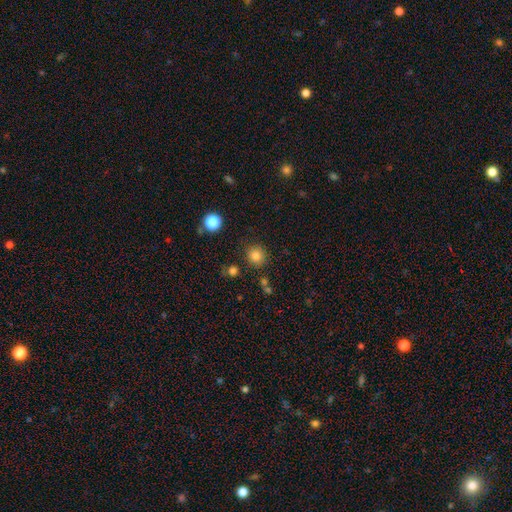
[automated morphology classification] Smooth or featured? Predicted: smooth (p=0.82). How rounded? Predicted: round (p=0.90). Merging? Predicted: none (p=0.85).